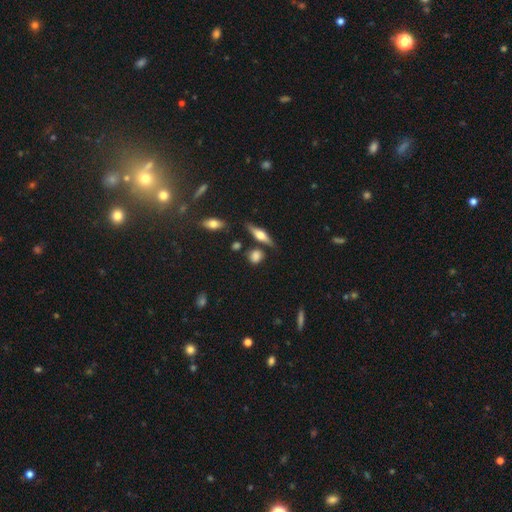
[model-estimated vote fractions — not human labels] smooth-or-featured: smooth: 68% | featured or disk: 23% | star or artifact: 10%
  how-rounded: round: 57% | in between: 30% | cigar-shaped: 13%
  merging: none: 73% | minor disturbance: 15% | merger: 8% | major disturbance: 4%